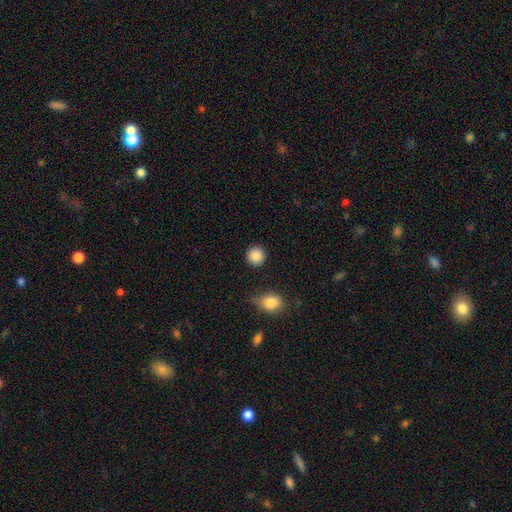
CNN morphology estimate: Smooth or featured: smooth — 88% (star or artifact — 9%)
How rounded: round — 94% (in between — 5%)
Merging: none — 88% (minor disturbance — 7%)